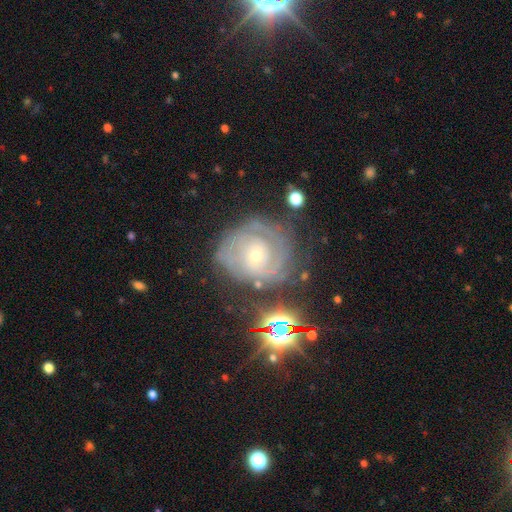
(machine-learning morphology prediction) The model was most divided on "spiral arm count": can't tell: 35%, 2: 31%, 3: 18%, 4: 7%, 1: 5%, more than 4: 5%. More confident: edge-on disk — no (97%); spiral arms — yes (93%); smooth or featured — featured or disk (80%); spiral winding — tight (72%); bar — no (70%); bulge size — small (69%); merging — none (68%).